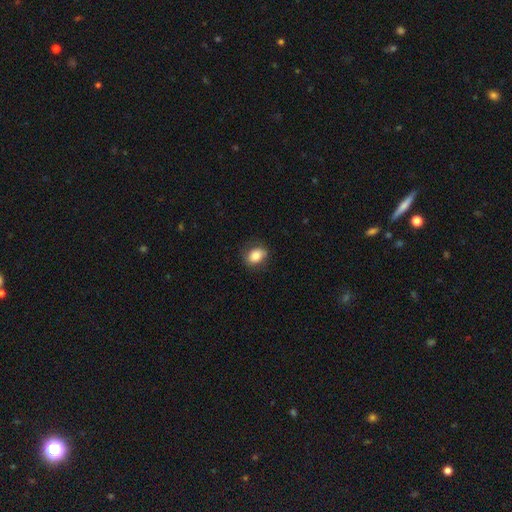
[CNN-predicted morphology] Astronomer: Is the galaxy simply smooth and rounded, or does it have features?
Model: smooth — 81%.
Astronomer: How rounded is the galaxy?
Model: in between — 66%.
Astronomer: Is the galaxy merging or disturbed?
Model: none — 80%.